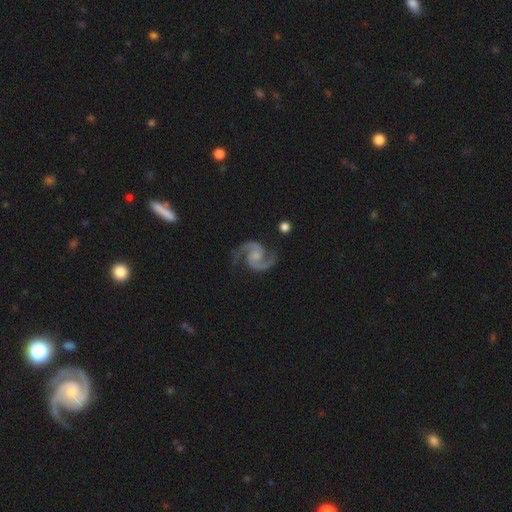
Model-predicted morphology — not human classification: This is clearly a featured or disk galaxy (94%). It is clearly not viewed edge-on (99%). Bar: likely no (61%). Spiral arm pattern: clearly yes (99%). Spiral arm count: clearly 2 (95%). Spiral winding: likely medium (66%). Central bulge: marginally small (37%). Merging: clearly none (81%).